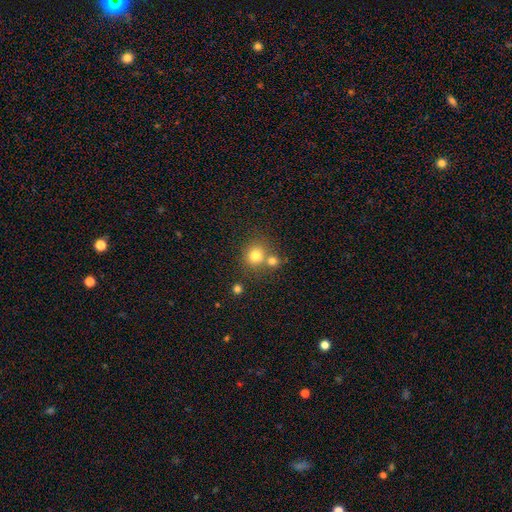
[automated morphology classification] smooth-or-featured: smooth: 77% | star or artifact: 14% | featured or disk: 9%
  how-rounded: round: 86% | in between: 13% | cigar-shaped: 1%
  merging: none: 56% | merger: 33% | minor disturbance: 8% | major disturbance: 3%